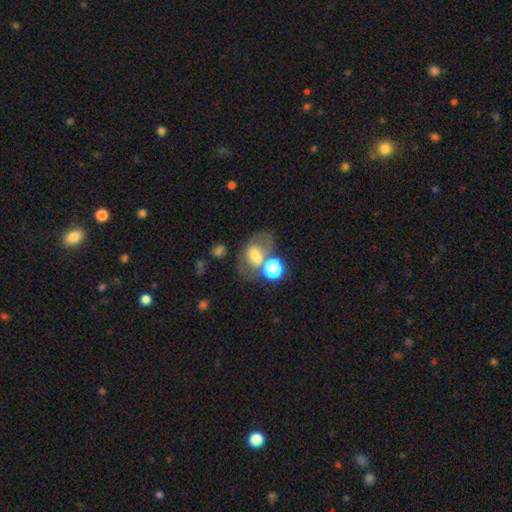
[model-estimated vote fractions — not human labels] Smooth or featured? Predicted: smooth (p=0.51). How rounded? Predicted: in between (p=0.60). Merging? Predicted: none (p=0.42).